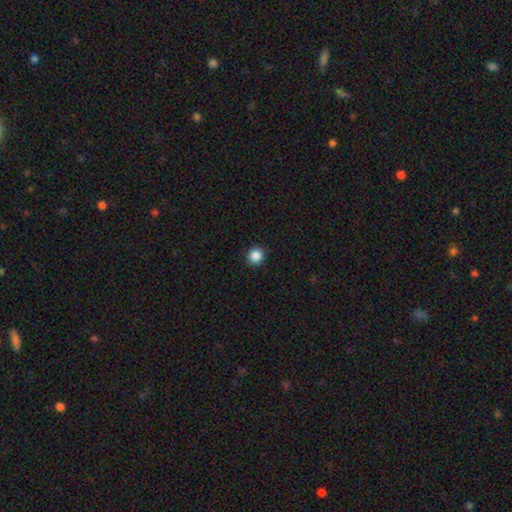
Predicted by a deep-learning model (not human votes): This appears to be a smooth galaxy with no disk features (87%) that is round (91%). Merging: none (92%).